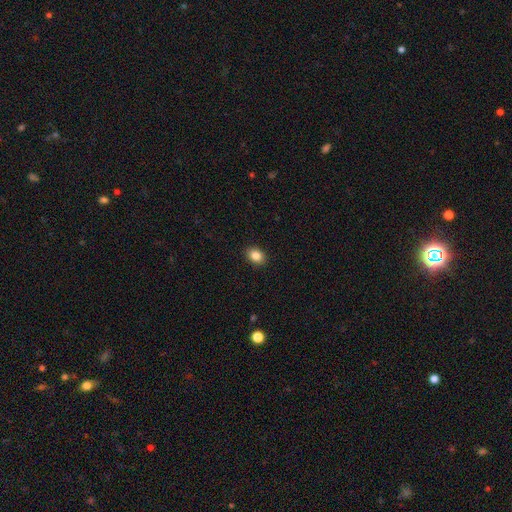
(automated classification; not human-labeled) A smooth galaxy with no disk features (85%) that is in between round and cigar-shaped (61%).

Vote fractions:
- Smooth or featured? smooth: 85% / star or artifact: 10% / featured or disk: 5%
- How rounded? in between: 61% / round: 38% / cigar-shaped: 1%
- Merging? none: 91% / minor disturbance: 6% / major disturbance: 2% / merger: 1%